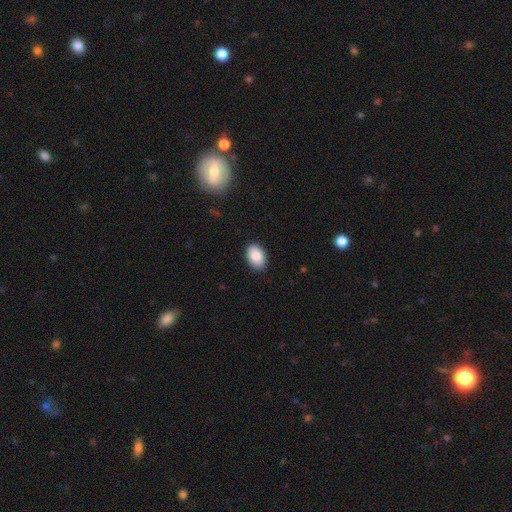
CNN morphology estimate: This is clearly a smooth galaxy (90%). How rounded: clearly in between (91%). Merging: clearly none (87%).